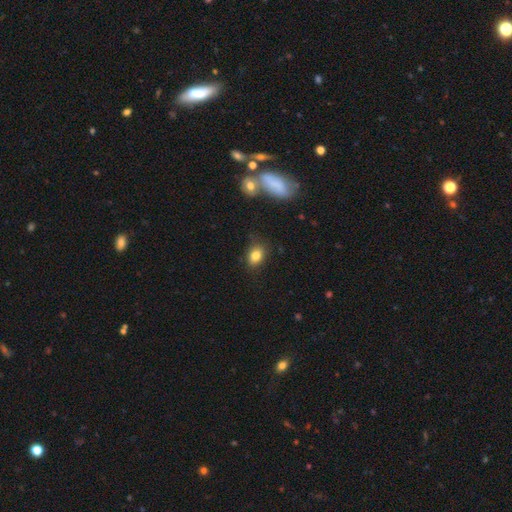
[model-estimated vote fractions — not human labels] smooth 81%, star or artifact 11%, featured or disk 8%. Down the decision tree: how rounded — in between (69%); merging — none (79%).